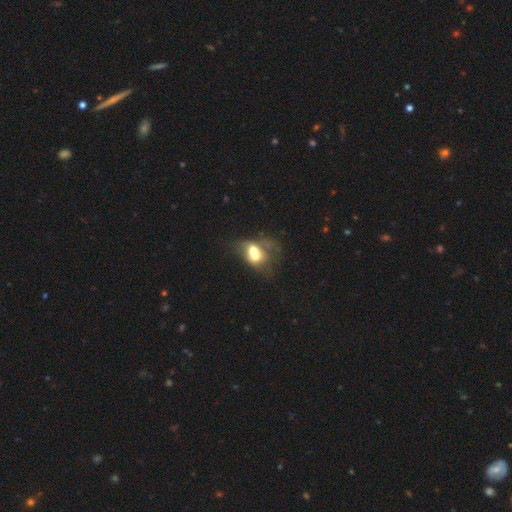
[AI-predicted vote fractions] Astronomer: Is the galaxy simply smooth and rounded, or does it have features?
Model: smooth — 53% (runner-up: featured or disk, 36%).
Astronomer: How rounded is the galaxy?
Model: in between — 69%.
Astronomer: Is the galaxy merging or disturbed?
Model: merger — 59%.